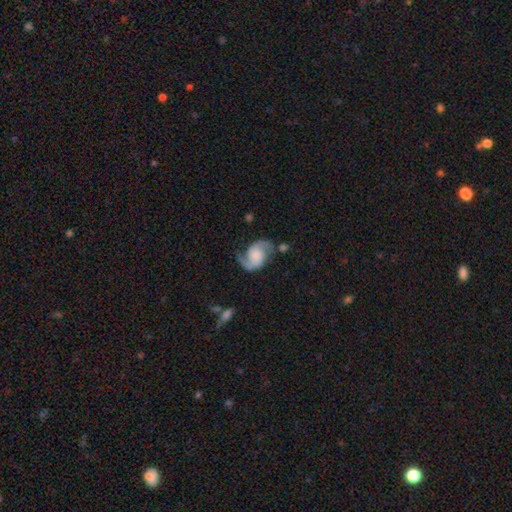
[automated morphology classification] Smooth or featured? Predicted: featured or disk (p=0.85). Edge-on disk? Predicted: no (p=0.98). Bar? Predicted: no (p=0.61). Spiral arms? Predicted: yes (p=0.97). Spiral winding? Predicted: medium (p=0.46). Spiral arm count? Predicted: 2 (p=0.93). Bulge size? Predicted: none (p=0.29, tied with small). Merging? Predicted: none (p=0.68).